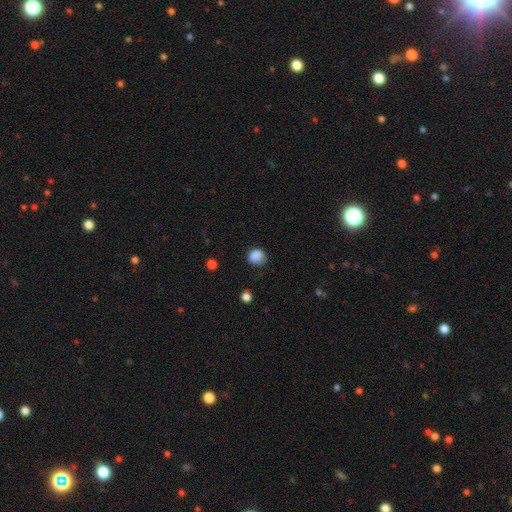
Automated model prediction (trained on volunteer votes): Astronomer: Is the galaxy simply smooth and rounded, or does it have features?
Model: smooth — 86%.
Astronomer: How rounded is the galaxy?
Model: round — 74%.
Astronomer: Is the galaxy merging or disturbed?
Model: none — 68%.